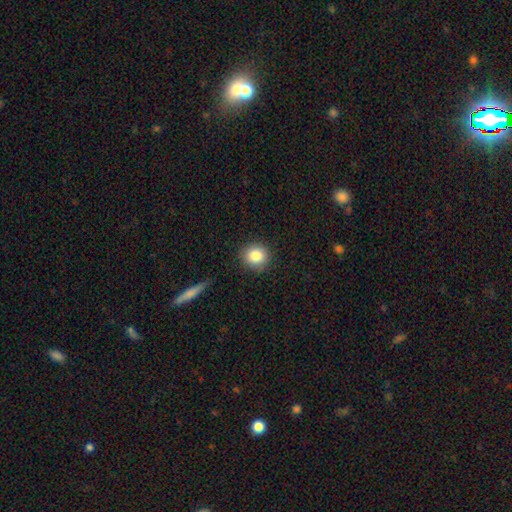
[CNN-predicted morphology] Smooth or featured? smooth (84%)
How rounded? round (86%)
Merging? none (88%)